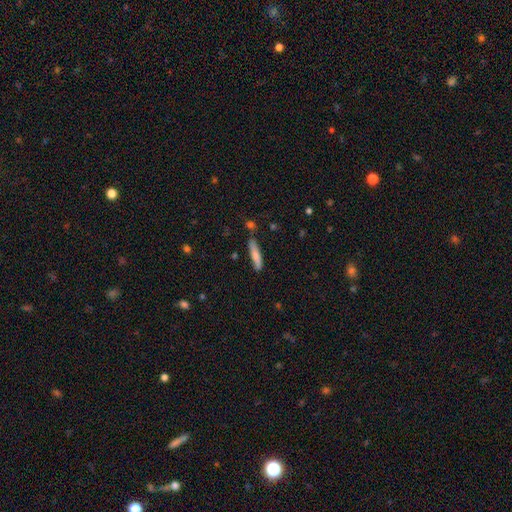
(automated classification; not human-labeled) This is likely a smooth galaxy (77%). How rounded: clearly cigar-shaped (83%). Merging: likely none (75%).